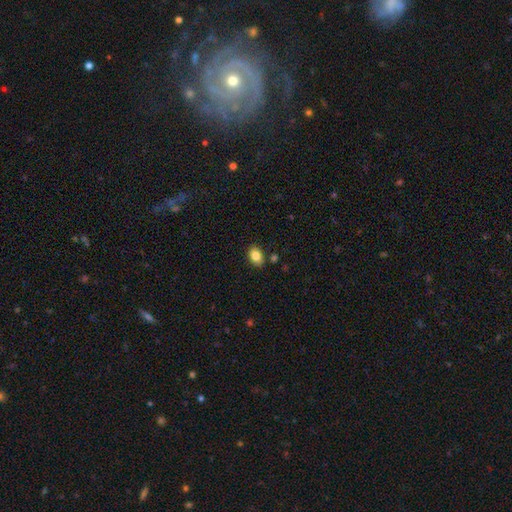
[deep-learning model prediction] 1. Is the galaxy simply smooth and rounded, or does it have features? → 84% smooth, 8% star or artifact, 8% featured or disk.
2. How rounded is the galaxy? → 87% in between, 12% round, 1% cigar-shaped.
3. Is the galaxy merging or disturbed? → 85% none, 10% minor disturbance, 3% merger, 2% major disturbance.